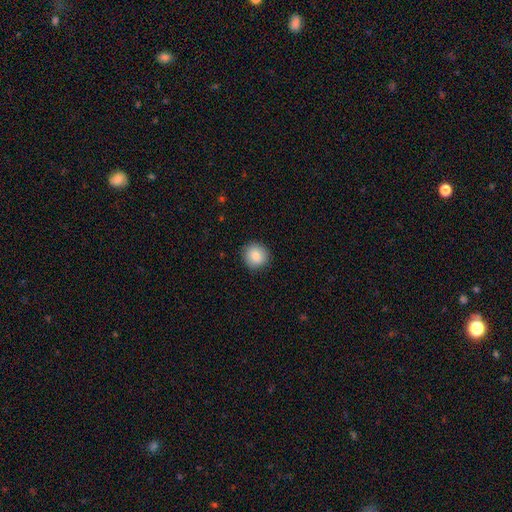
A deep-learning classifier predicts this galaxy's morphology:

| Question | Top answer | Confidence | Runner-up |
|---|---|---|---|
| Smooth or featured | smooth | 85% | star or artifact (8%) |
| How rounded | round | 91% | in between (8%) |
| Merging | none | 90% | minor disturbance (7%) |